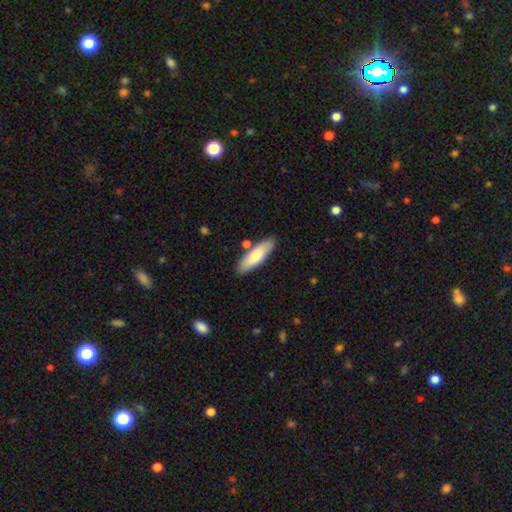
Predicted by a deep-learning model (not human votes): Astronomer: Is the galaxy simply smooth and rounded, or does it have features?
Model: smooth — 77%.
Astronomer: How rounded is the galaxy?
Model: cigar-shaped — 54% (runner-up: in between, 44%).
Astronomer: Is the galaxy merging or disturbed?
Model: none — 82%.